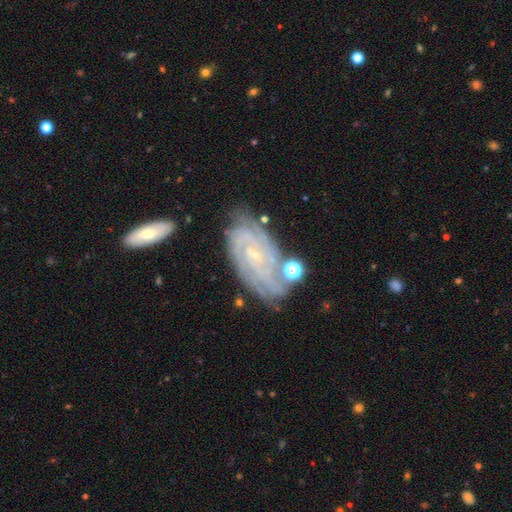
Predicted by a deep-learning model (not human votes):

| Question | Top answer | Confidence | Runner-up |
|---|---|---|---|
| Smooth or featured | featured or disk | 84% | smooth (9%) |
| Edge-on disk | no | 95% | yes (5%) |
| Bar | no | 64% | weak (28%) |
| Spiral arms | yes | 96% | no (4%) |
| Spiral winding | tight | 74% | medium (21%) |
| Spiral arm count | can't tell | 36% | 4 (18%) |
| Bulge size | small | 83% | moderate (12%) |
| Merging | none | 66% | minor disturbance (20%) |